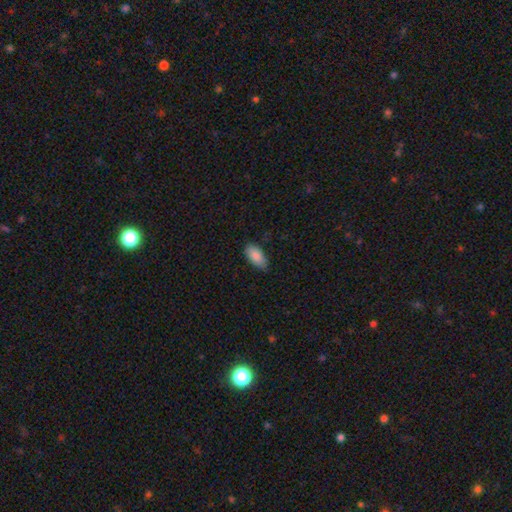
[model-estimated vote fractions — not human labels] smooth-or-featured: smooth: 87% | featured or disk: 6% | star or artifact: 6%
  how-rounded: in between: 93% | cigar-shaped: 5% | round: 2%
  merging: none: 81% | minor disturbance: 16% | major disturbance: 2% | merger: 1%